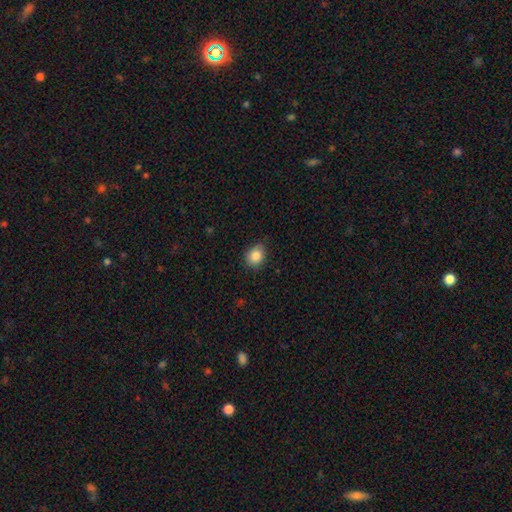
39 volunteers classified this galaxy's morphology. Smooth or featured? 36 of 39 (92%) said smooth. How rounded? 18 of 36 (50%, tied with in between) said round. Merging? 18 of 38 (47%) said none.